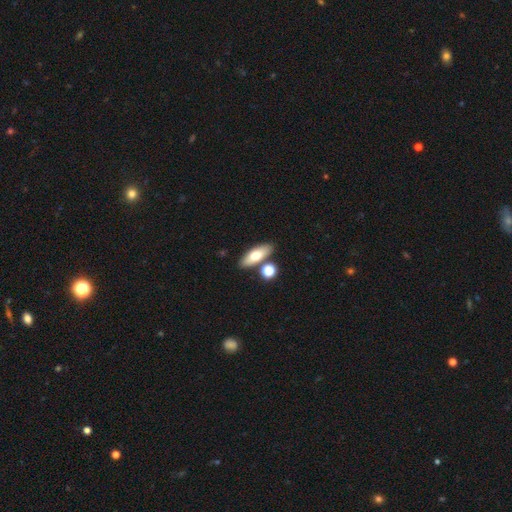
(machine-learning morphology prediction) Overall: smooth (69%). How rounded: in between (68%). Merging: none (75%).